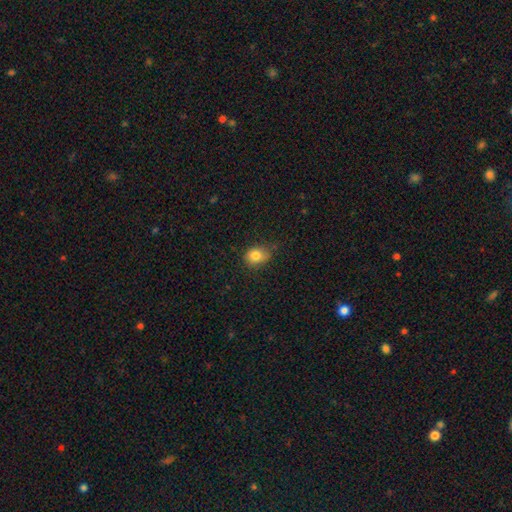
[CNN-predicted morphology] A smooth galaxy with no disk features (82%) that is round (51%).

Vote fractions:
- Smooth or featured? smooth: 82% / star or artifact: 11% / featured or disk: 8%
- How rounded? round: 51% / in between: 48% / cigar-shaped: 1%
- Merging? none: 67% / minor disturbance: 26% / major disturbance: 6% / merger: 2%